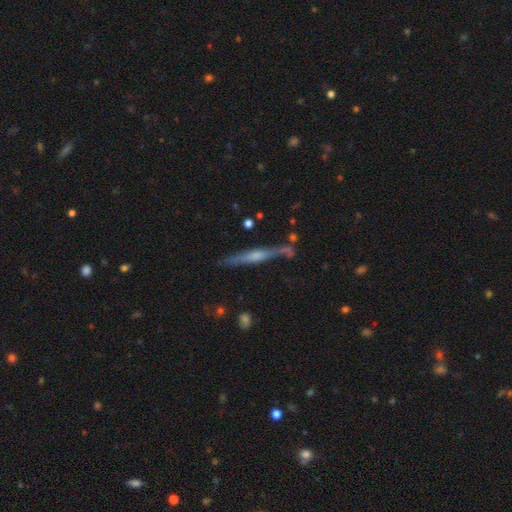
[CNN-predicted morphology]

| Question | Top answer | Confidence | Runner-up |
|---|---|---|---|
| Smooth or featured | featured or disk | 71% | smooth (22%) |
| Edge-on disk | yes | 96% | no (4%) |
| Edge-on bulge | rounded | 64% | boxy (18%) |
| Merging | none | 75% | minor disturbance (15%) |